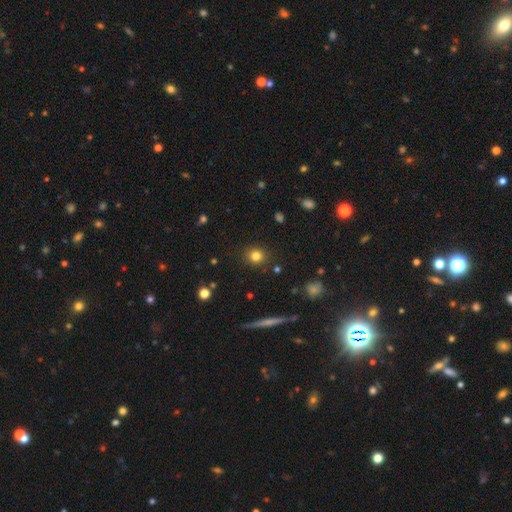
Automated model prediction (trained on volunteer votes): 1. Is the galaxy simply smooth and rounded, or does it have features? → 81% smooth, 12% star or artifact, 7% featured or disk.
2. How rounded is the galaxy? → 86% round, 13% in between, 1% cigar-shaped.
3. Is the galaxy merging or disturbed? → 89% none, 7% minor disturbance, 2% major disturbance, 2% merger.